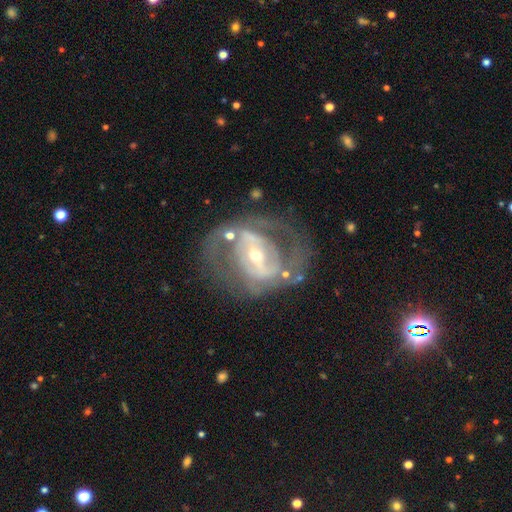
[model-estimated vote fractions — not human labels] featured or disk 84%, smooth 10%, star or artifact 6%. Down the decision tree: edge-on disk — no (95%); bar — strong (46%); spiral arms — yes (72%); spiral arm count — 2 (65%); spiral winding — medium (45%); bulge size — small (58%); merging — none (56%).